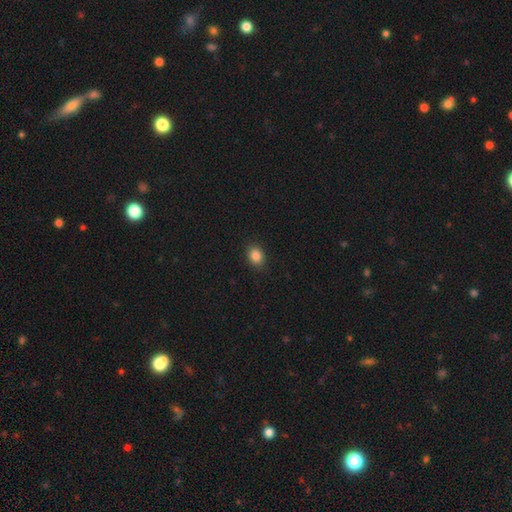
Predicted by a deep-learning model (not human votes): smooth-or-featured: smooth: 86% | star or artifact: 10% | featured or disk: 4%
  how-rounded: in between: 55% | round: 44% | cigar-shaped: 1%
  merging: none: 89% | minor disturbance: 8% | major disturbance: 2% | merger: 1%